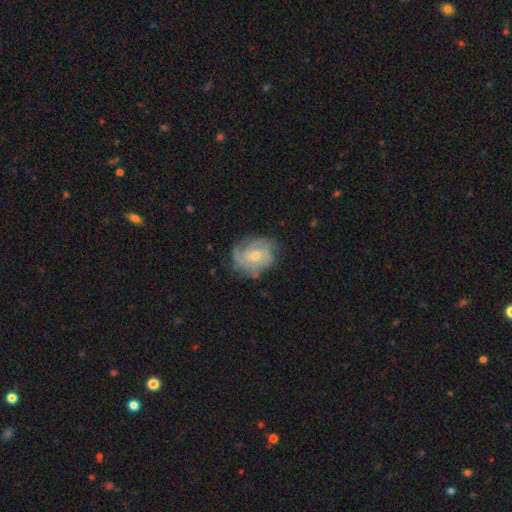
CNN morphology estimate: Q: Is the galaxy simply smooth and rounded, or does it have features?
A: featured or disk — 81%.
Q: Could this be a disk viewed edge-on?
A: no — 98%.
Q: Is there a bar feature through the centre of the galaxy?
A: no — 61%.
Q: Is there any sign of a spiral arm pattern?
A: yes — 95%.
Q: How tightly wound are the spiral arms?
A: tight — 58%.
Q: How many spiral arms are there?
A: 3 — 36%.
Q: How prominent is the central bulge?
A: small — 51%.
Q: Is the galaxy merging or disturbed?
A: none — 72%.